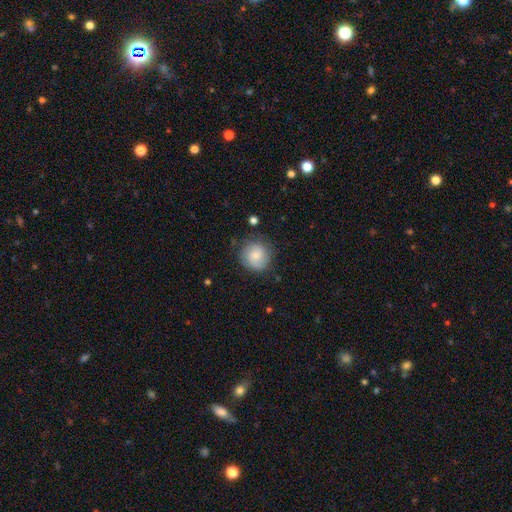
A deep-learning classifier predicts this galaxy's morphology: This is likely a smooth galaxy (75%). How rounded: clearly round (90%). Merging: likely none (78%).